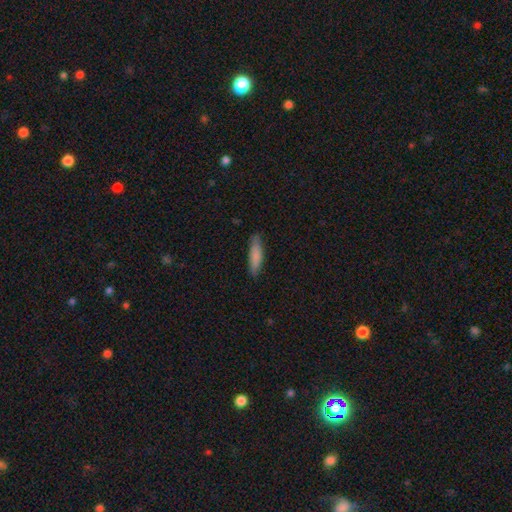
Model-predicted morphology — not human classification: Q: Smooth or featured?
A: smooth (84%); runner-up: featured or disk (11%)
Q: How rounded?
A: cigar-shaped (69%); runner-up: in between (30%)
Q: Merging?
A: none (84%); runner-up: minor disturbance (13%)